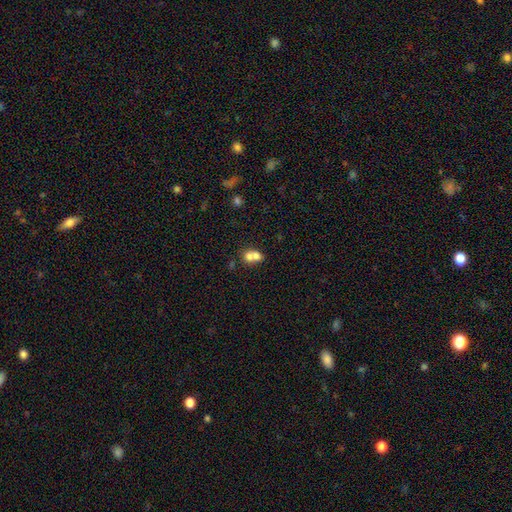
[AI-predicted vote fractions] Smooth or featured?
  - smooth: 70% *
  - featured or disk: 19%
  - star or artifact: 11%
How rounded?
  - round: 60% *
  - in between: 38%
  - cigar-shaped: 1%
Merging?
  - merger: 69% *
  - none: 23%
  - minor disturbance: 5%
  - major disturbance: 3%